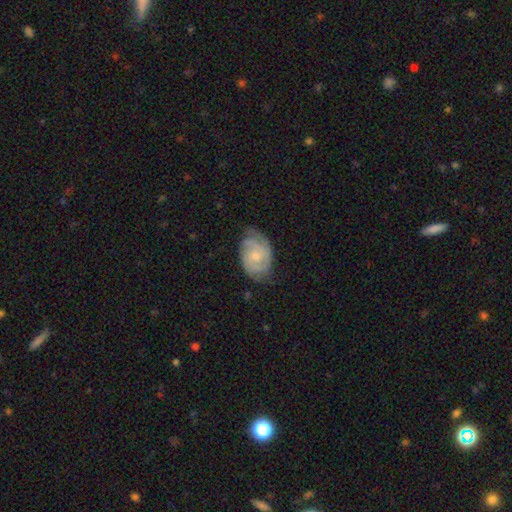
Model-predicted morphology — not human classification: The model was most divided on "bulge size": small: 52%, moderate: 35%, none: 9%, large: 2%, dominant: 1%. Remaining: edge-on disk — no (97%); spiral arms — yes (93%); smooth or featured — featured or disk (72%); merging — none (67%); bar — no (64%); spiral winding — tight (61%); spiral arm count — 2 (49%).